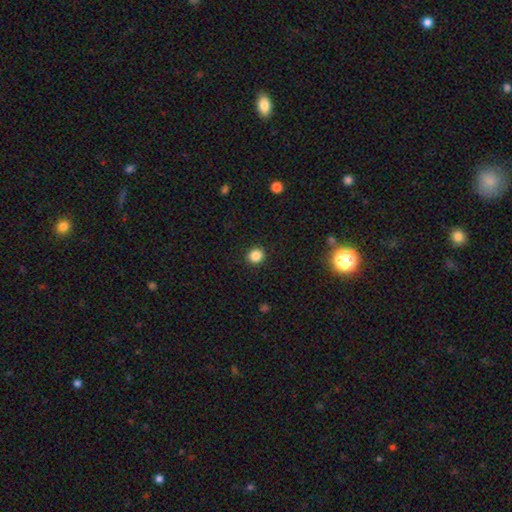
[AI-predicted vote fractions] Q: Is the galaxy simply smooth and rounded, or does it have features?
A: smooth — 85%.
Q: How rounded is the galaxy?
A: round — 85%.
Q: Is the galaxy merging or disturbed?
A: none — 92%.